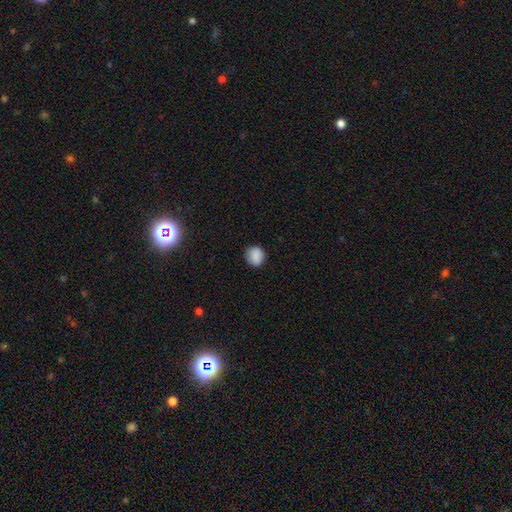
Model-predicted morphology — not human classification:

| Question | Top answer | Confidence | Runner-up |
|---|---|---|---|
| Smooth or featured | smooth | 87% | star or artifact (9%) |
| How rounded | round | 83% | in between (16%) |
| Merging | none | 86% | minor disturbance (10%) |